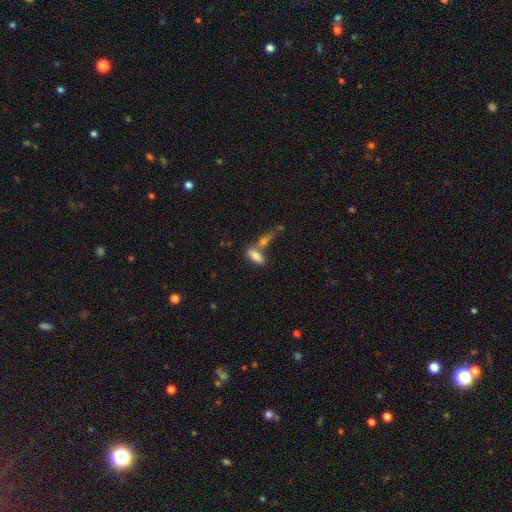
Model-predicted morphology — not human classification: smooth-or-featured: smooth: 76% | featured or disk: 16% | star or artifact: 8%
  how-rounded: in between: 79% | cigar-shaped: 18% | round: 3%
  merging: none: 43% | merger: 42% | minor disturbance: 11% | major disturbance: 4%